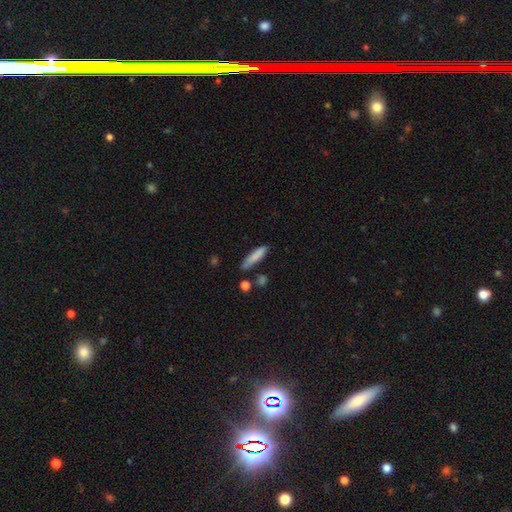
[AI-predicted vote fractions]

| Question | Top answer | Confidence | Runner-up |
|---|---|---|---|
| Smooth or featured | smooth | 82% | featured or disk (11%) |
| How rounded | cigar-shaped | 79% | in between (19%) |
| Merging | none | 73% | minor disturbance (18%) |